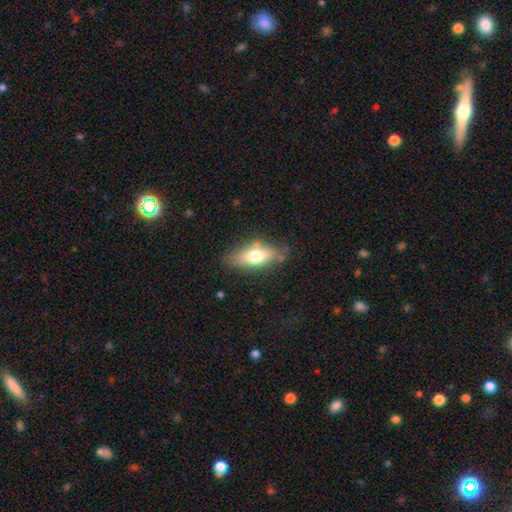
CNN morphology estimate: Smooth or featured?
  - smooth: 68% *
  - featured or disk: 25%
  - star or artifact: 7%
How rounded?
  - in between: 78% *
  - cigar-shaped: 18%
  - round: 4%
Merging?
  - none: 72% *
  - minor disturbance: 19%
  - major disturbance: 5%
  - merger: 4%